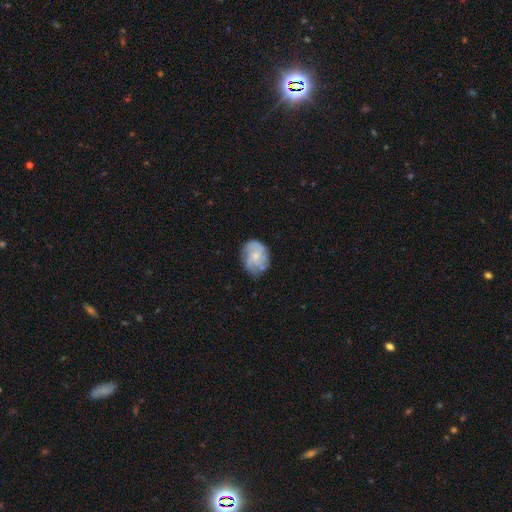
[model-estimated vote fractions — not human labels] The model was most divided on "smooth or featured": featured or disk: 57%, smooth: 36%, star or artifact: 8%. More confident: edge-on disk — no (98%); spiral arms — yes (81%); bar — no (77%); merging — none (64%); bulge size — small (57%).